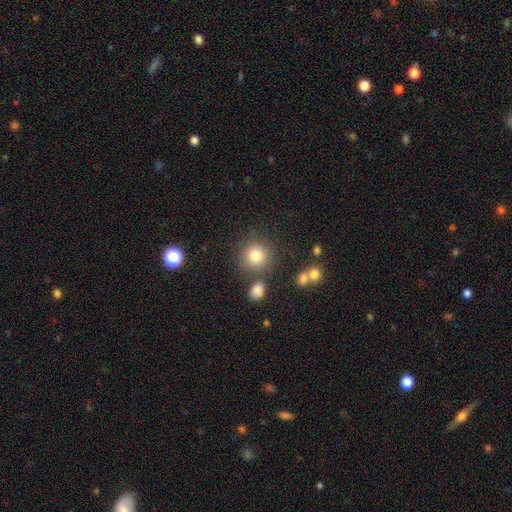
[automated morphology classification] Smooth or featured? Predicted: smooth (p=0.80). How rounded? Predicted: round (p=0.91). Merging? Predicted: none (p=0.79).